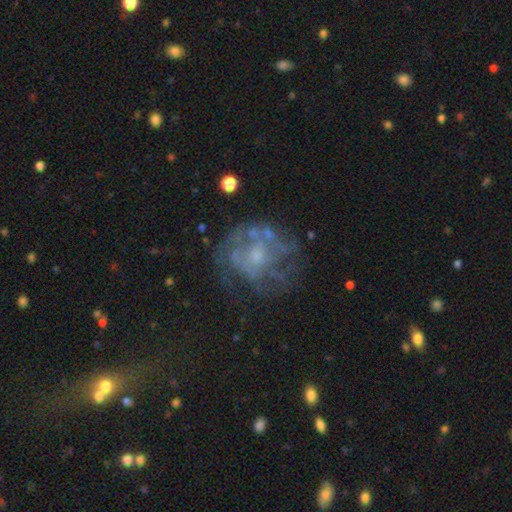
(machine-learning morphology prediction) A featured or disk galaxy (70%) with no bar (83%), no spiral arms (54%) and a small central bulge (40%, tied with moderate).

Vote fractions:
- Smooth or featured? featured or disk: 70% / smooth: 18% / star or artifact: 12%
- Edge-on disk? no: 98% / yes: 2%
- Bar? no: 83% / weak: 14% / strong: 2%
- Spiral arms? no: 54% / yes: 46%
- Bulge size? small: 40% (tied) / moderate: 40% (tied) / none: 15% / large: 4% / dominant: 1%
- Merging? none: 55% / major disturbance: 22% / minor disturbance: 19% / merger: 3%